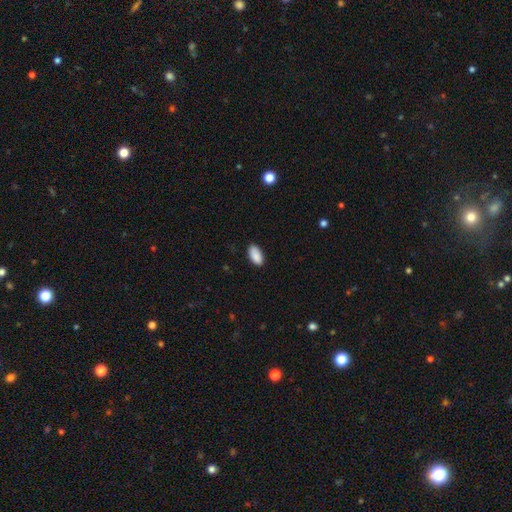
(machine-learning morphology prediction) Q: Smooth or featured?
A: smooth (90%); runner-up: star or artifact (7%)
Q: How rounded?
A: in between (94%); runner-up: cigar-shaped (4%)
Q: Merging?
A: none (86%); runner-up: minor disturbance (11%)